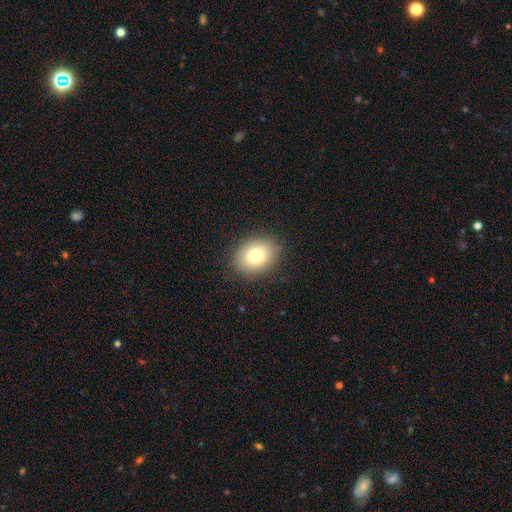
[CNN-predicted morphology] This appears to be a smooth galaxy with no disk features (79%) that is in between round and cigar-shaped (61%). Merging: none (87%).